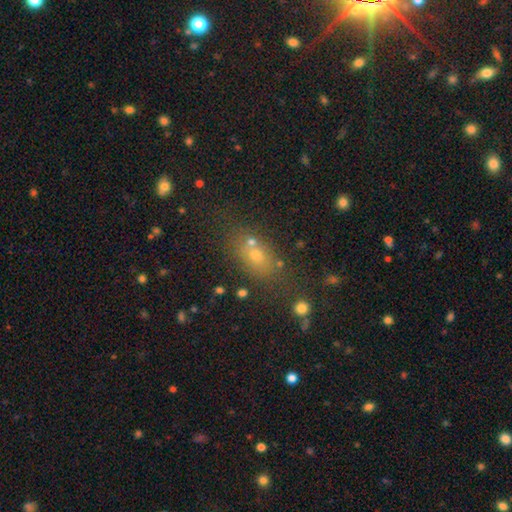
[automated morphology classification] Overall: smooth (62%). How rounded: in between (69%). Merging: none (62%).